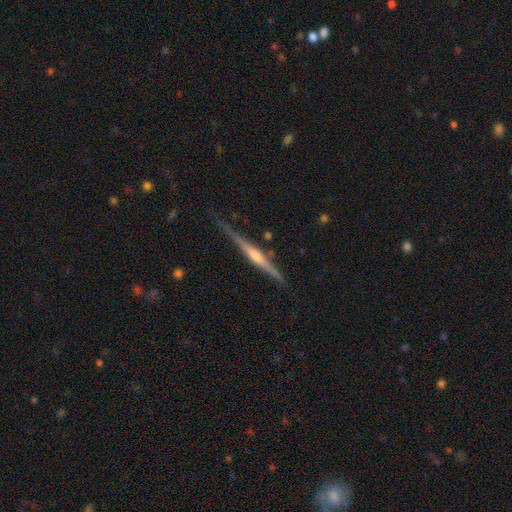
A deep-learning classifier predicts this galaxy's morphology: Smooth or featured? Predicted: featured or disk (p=0.81). Edge-on disk? Predicted: yes (p=0.98). Edge-on bulge? Predicted: rounded (p=0.77). Merging? Predicted: none (p=0.80).